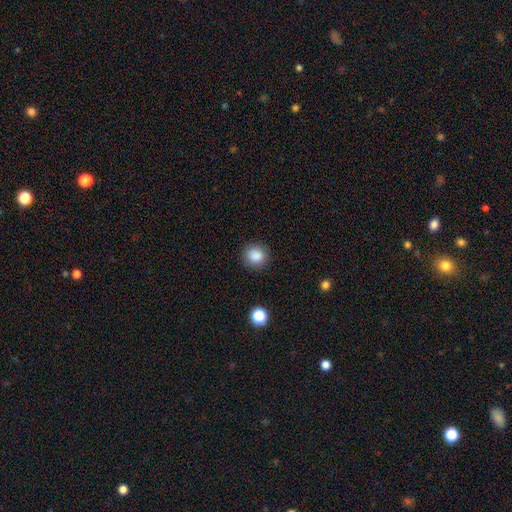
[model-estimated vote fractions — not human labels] A smooth galaxy with no disk features (86%) that is round (89%). Merging: none (88%).